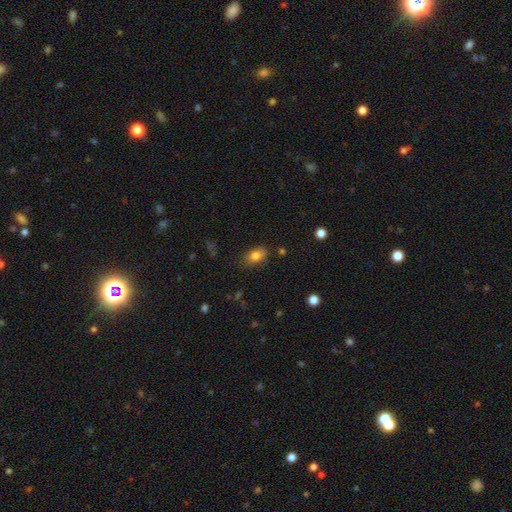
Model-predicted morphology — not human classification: Smooth or featured: smooth — 81% (star or artifact — 10%)
How rounded: in between — 84% (round — 14%)
Merging: none — 75% (minor disturbance — 19%)